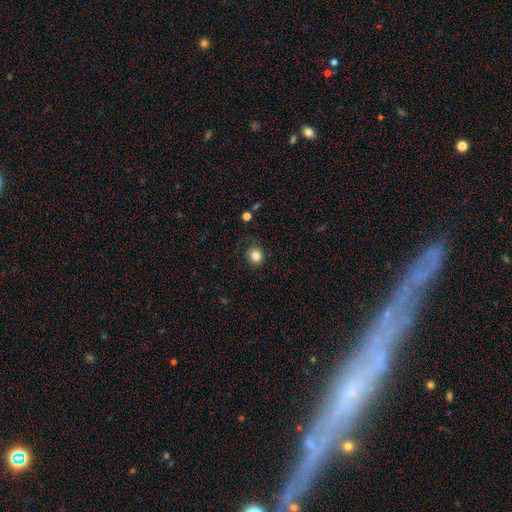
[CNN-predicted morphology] smooth-or-featured: smooth: 83% | star or artifact: 11% | featured or disk: 6%
  how-rounded: round: 86% | in between: 14% | cigar-shaped: 1%
  merging: none: 73% | minor disturbance: 18% | major disturbance: 8% | merger: 2%